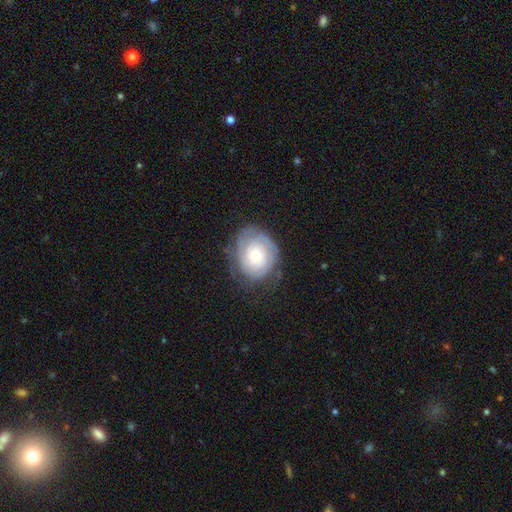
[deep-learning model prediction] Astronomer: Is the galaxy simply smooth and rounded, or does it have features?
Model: featured or disk — 58%.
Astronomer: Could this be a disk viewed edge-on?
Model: no — 97%.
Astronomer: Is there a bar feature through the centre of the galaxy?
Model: no — 82%.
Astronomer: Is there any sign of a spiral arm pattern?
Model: yes — 81%.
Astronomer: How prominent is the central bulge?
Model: moderate — 52% (runner-up: small, 34%).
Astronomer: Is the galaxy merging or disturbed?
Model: none — 75%.